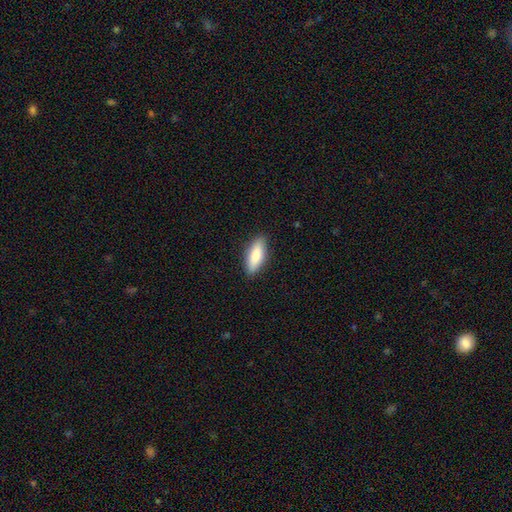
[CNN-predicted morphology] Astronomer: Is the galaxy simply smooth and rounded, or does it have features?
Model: smooth — 81%.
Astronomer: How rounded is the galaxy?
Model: in between — 64%.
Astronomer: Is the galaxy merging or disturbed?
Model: none — 88%.